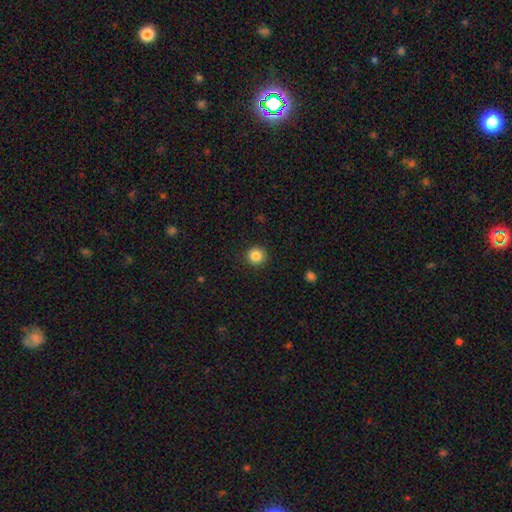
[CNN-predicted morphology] The model was most divided on "smooth or featured": smooth: 86%, star or artifact: 10%, featured or disk: 4%. More confident: how rounded — round (95%); merging — none (92%).